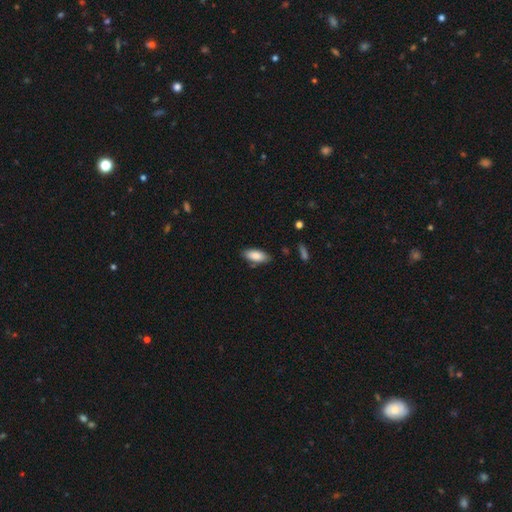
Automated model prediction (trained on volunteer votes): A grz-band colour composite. It shows a smooth galaxy with no disk features (86%) that is in between round and cigar-shaped (84%). Merging: none (80%).